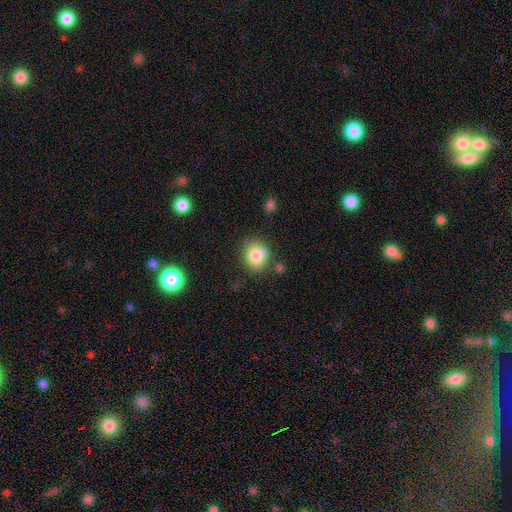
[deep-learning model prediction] The model was most divided on "how rounded": round: 67%, in between: 32%, cigar-shaped: 1%. More confident: smooth or featured — smooth (80%); merging — none (68%).